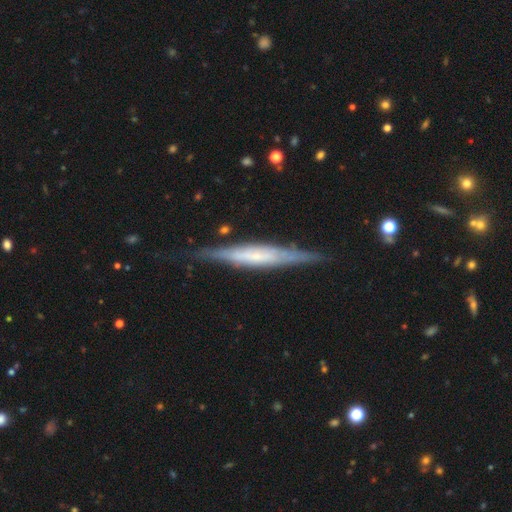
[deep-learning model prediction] smooth_or_featured: featured or disk (p=0.67) [alt: smooth p=0.27]
disk_edge_on: yes (p=0.93) [alt: no p=0.07]
edge_on_bulge: none (p=0.42) [alt: rounded p=0.32]
merging: none (p=0.80) [alt: minor disturbance p=0.15]